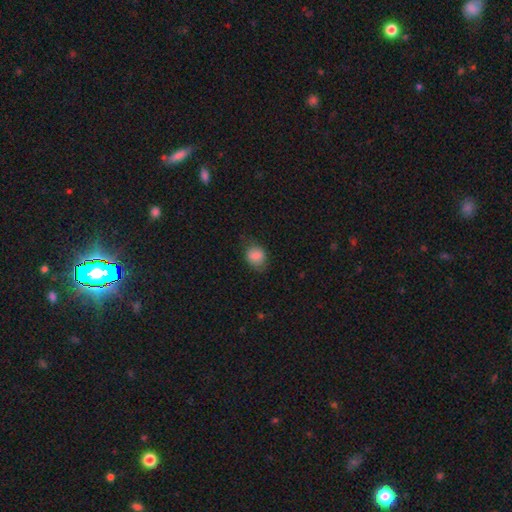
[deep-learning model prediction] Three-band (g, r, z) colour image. It shows a smooth galaxy with no disk features (84%) that is round (60%). Merging: none (70%).